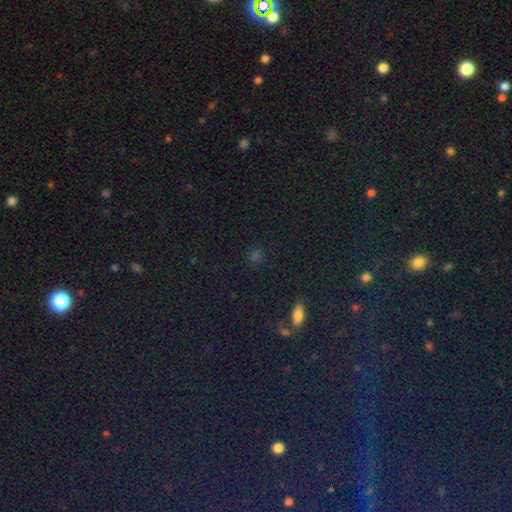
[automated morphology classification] smooth 53%, star or artifact 40%, featured or disk 7%. Down the decision tree: how rounded — round (75%); merging — none (82%).